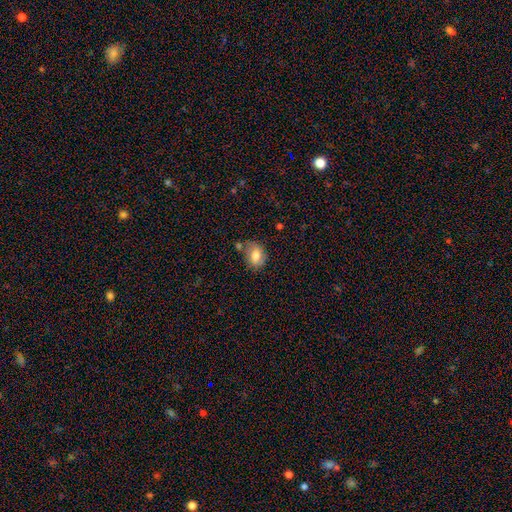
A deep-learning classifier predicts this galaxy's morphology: A smooth galaxy with no disk features (76%) that is in between round and cigar-shaped (67%).

Vote fractions:
- Smooth or featured? smooth: 76% / featured or disk: 16% / star or artifact: 8%
- How rounded? in between: 67% / round: 32% / cigar-shaped: 1%
- Merging? none: 62% / minor disturbance: 22% / merger: 11% / major disturbance: 6%